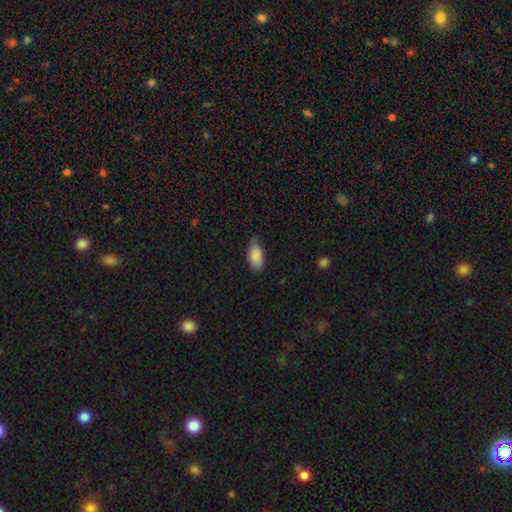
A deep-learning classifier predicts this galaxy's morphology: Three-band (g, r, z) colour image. It shows a smooth galaxy with no disk features (88%) that is in between round and cigar-shaped (92%). Merging: none (76%).